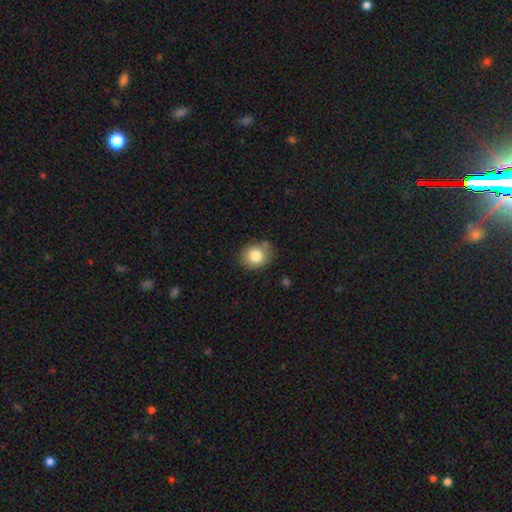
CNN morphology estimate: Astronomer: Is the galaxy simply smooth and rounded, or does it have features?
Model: smooth — 83%.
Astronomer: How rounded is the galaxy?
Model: round — 58% (runner-up: in between, 41%).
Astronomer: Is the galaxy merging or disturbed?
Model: none — 77%.